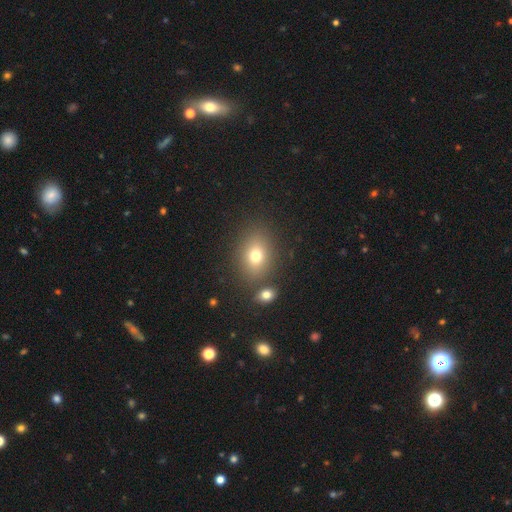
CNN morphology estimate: A smooth galaxy with no disk features (74%) that is in between round and cigar-shaped (61%). Merging: none (78%).